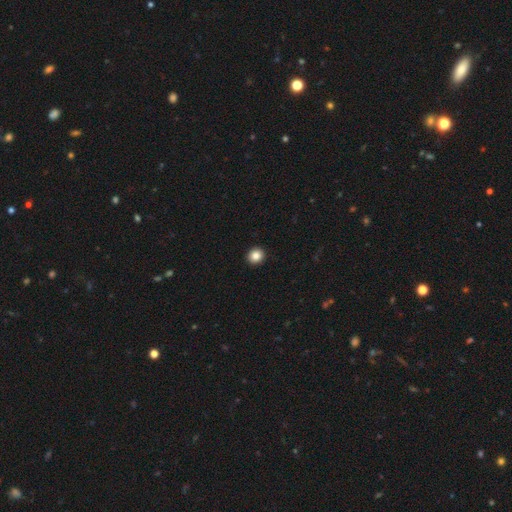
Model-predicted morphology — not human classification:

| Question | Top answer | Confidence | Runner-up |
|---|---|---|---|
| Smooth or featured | smooth | 85% | star or artifact (10%) |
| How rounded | round | 87% | in between (12%) |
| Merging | none | 94% | minor disturbance (4%) |